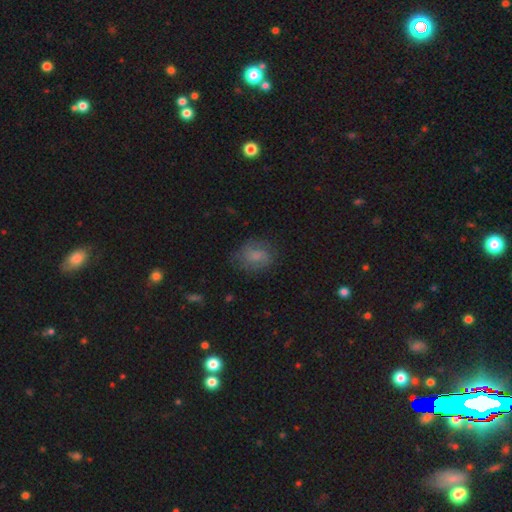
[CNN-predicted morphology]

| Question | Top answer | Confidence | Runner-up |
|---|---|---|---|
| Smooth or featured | smooth | 61% | featured or disk (29%) |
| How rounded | in between | 56% | round (43%) |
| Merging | none | 69% | minor disturbance (21%) |